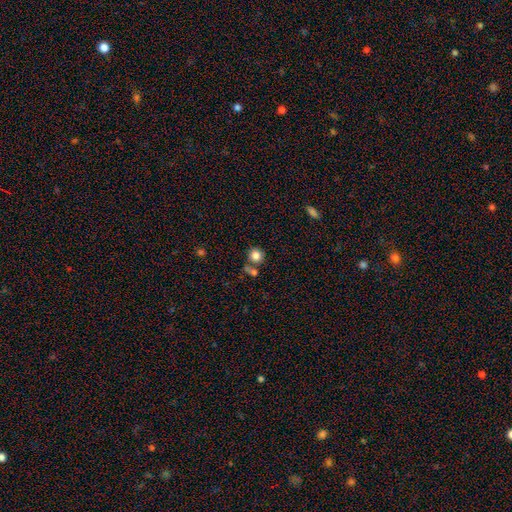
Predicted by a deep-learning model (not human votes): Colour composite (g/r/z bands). It shows a smooth galaxy with no disk features (83%) that is round (88%). Merging: none (63%).